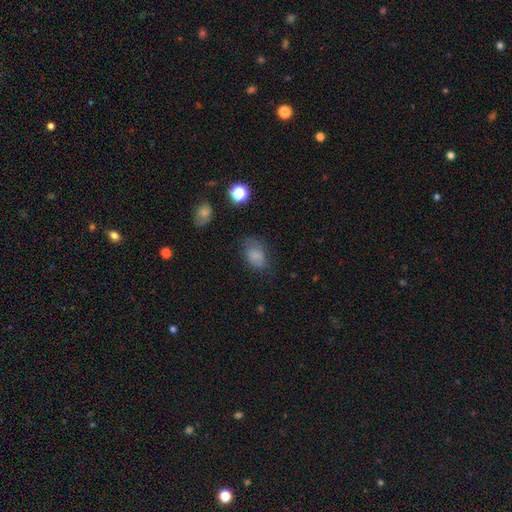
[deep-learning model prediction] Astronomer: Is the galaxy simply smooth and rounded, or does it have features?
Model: smooth — 77%.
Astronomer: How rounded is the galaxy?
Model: in between — 80%.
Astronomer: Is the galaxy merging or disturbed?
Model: none — 59%.